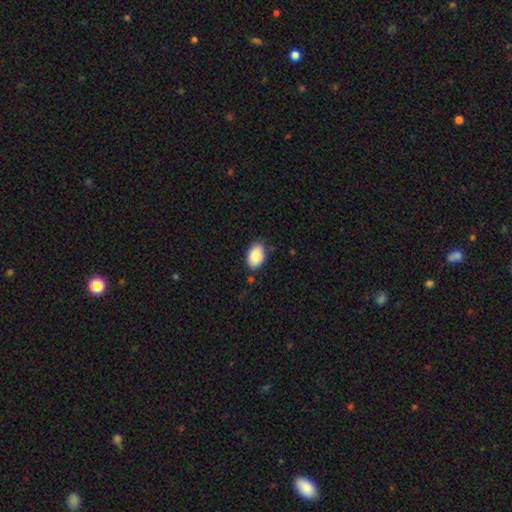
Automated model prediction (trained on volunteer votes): Smooth or featured?
  - smooth: 88% *
  - star or artifact: 7%
  - featured or disk: 5%
How rounded?
  - in between: 88% *
  - round: 10%
  - cigar-shaped: 1%
Merging?
  - none: 75% *
  - minor disturbance: 19%
  - major disturbance: 3%
  - merger: 2%